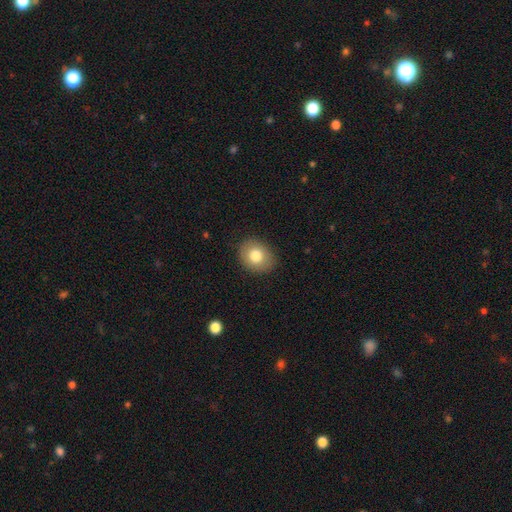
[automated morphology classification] Smooth or featured: smooth — 79% (featured or disk — 12%)
How rounded: round — 53% (in between — 46%)
Merging: none — 87% (minor disturbance — 9%)